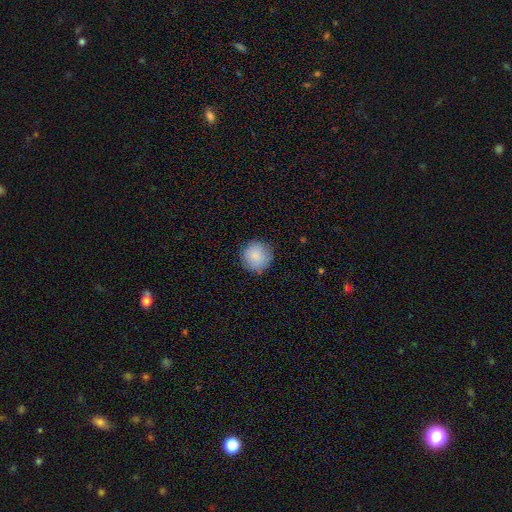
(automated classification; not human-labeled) Smooth or featured? smooth (87%)
How rounded? round (95%)
Merging? none (86%)